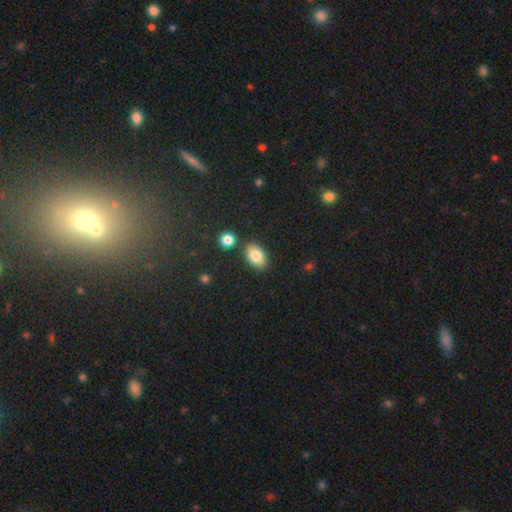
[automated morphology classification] A smooth galaxy with no disk features (84%) that is in between round and cigar-shaped (89%). Merging: none (82%).